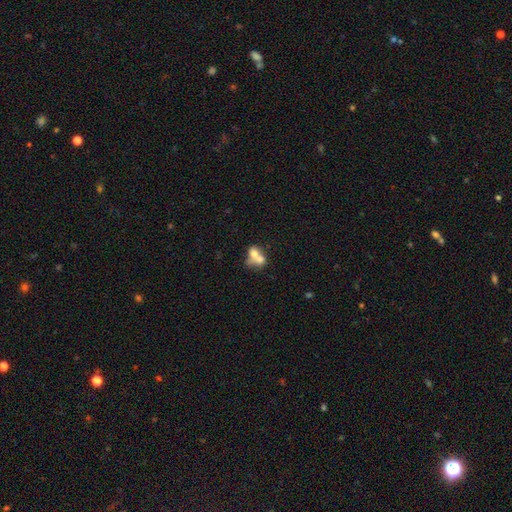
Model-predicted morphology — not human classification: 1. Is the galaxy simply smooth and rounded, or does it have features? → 62% smooth, 28% featured or disk, 10% star or artifact.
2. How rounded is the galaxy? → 51% round, 47% in between, 1% cigar-shaped.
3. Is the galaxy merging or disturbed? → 70% merger, 19% none, 6% minor disturbance, 5% major disturbance.